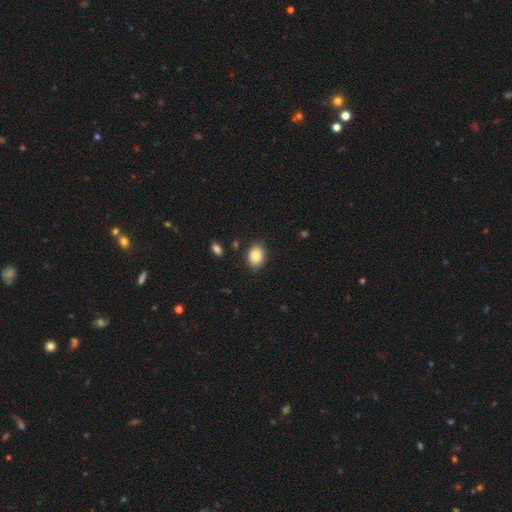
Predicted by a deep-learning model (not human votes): smooth_or_featured: smooth (p=0.85) [alt: star or artifact p=0.08]
how_rounded: in between (p=0.66) [alt: round p=0.33]
merging: none (p=0.87) [alt: minor disturbance p=0.09]